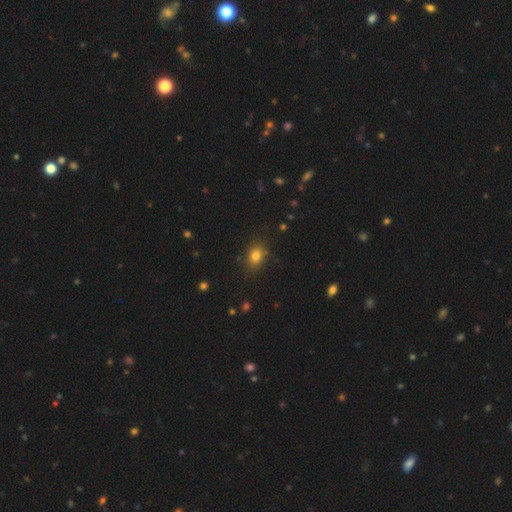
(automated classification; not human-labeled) A smooth galaxy with no disk features (81%) that is in between round and cigar-shaped (61%). Merging: none (82%).